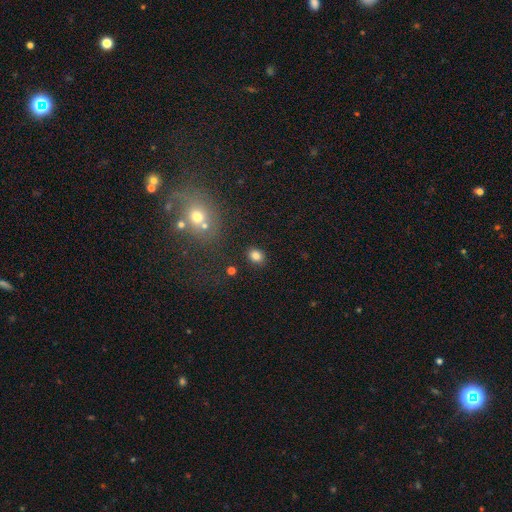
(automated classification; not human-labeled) smooth_or_featured: smooth (p=0.82) [alt: star or artifact p=0.12]
how_rounded: round (p=0.58) [alt: in between p=0.41]
merging: none (p=0.84) [alt: minor disturbance p=0.09]